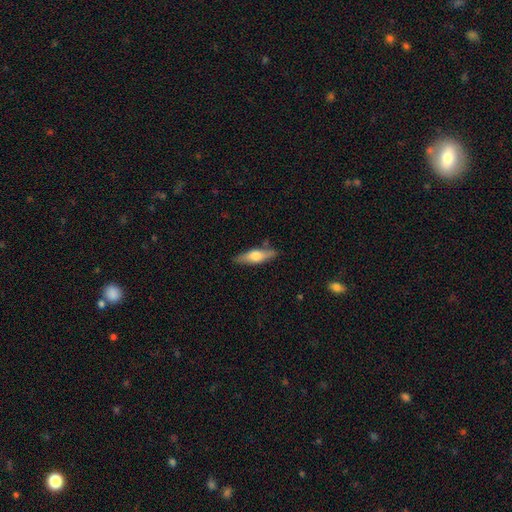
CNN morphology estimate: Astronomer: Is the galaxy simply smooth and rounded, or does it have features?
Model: smooth — 50% (runner-up: featured or disk, 44%).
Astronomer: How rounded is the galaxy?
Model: cigar-shaped — 56% (runner-up: in between, 41%).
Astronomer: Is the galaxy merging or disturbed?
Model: none — 81%.